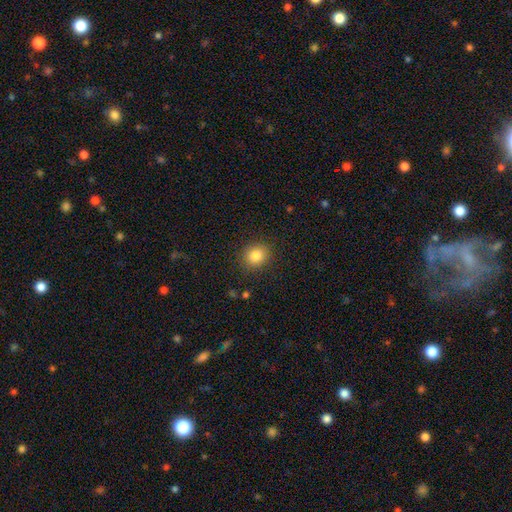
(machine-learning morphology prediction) This is clearly a smooth galaxy (85%). How rounded: likely round (71%). Merging: clearly none (87%).